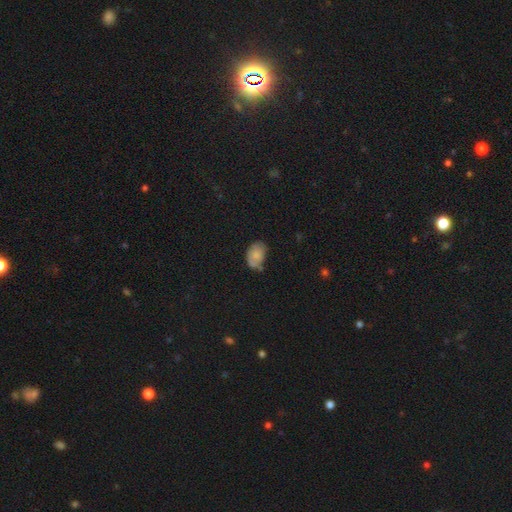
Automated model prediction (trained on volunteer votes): A smooth galaxy with no disk features (75%) that is in between round and cigar-shaped (83%). Merging: none (46%).